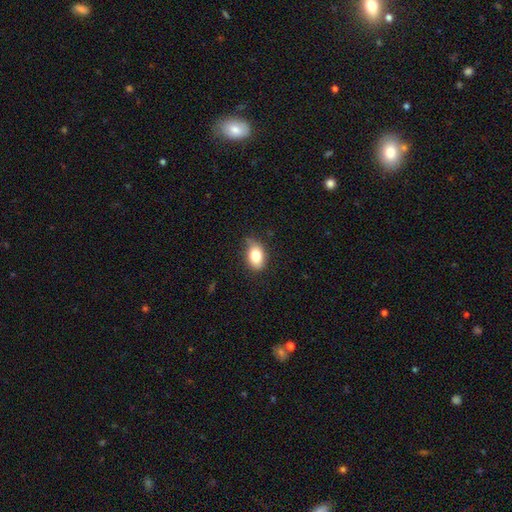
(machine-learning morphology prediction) type=smooth (83%); roundness=in between (86%); merging=none (69%).